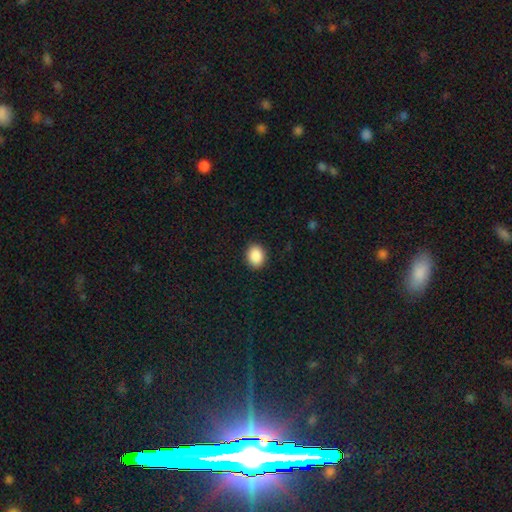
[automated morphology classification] A smooth galaxy with no disk features (89%) that is in between round and cigar-shaped (52%). Merging: none (91%).